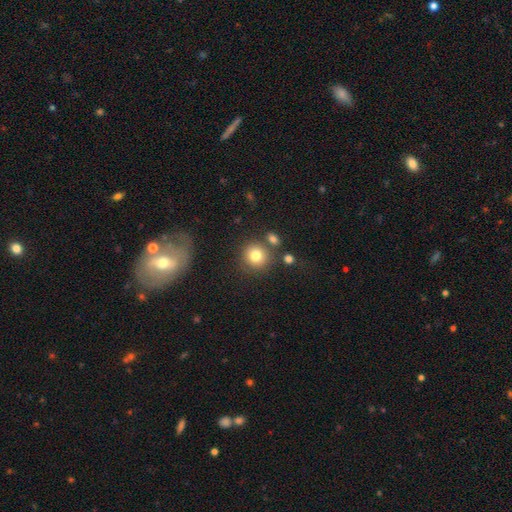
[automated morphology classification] Smooth or featured? smooth (79%)
How rounded? round (90%)
Merging? none (75%)